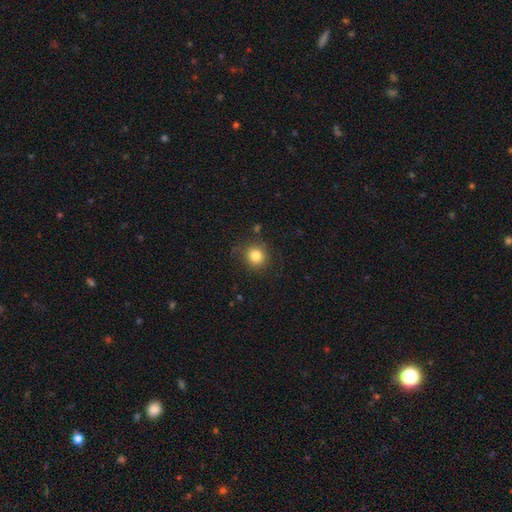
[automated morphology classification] smooth 83%, star or artifact 11%, featured or disk 6%. Down the decision tree: how rounded — round (88%); merging — none (82%).